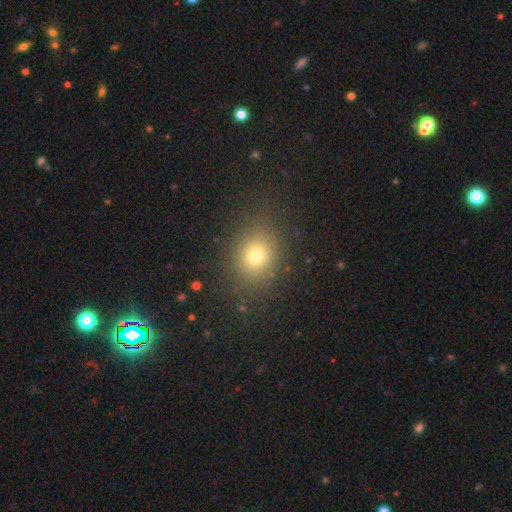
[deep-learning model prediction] A smooth galaxy with no disk features (74%) that is round (56%).

Vote fractions:
- Smooth or featured? smooth: 74% / star or artifact: 17% / featured or disk: 9%
- How rounded? round: 56% / in between: 43% / cigar-shaped: 1%
- Merging? none: 85% / minor disturbance: 9% / major disturbance: 4% / merger: 1%